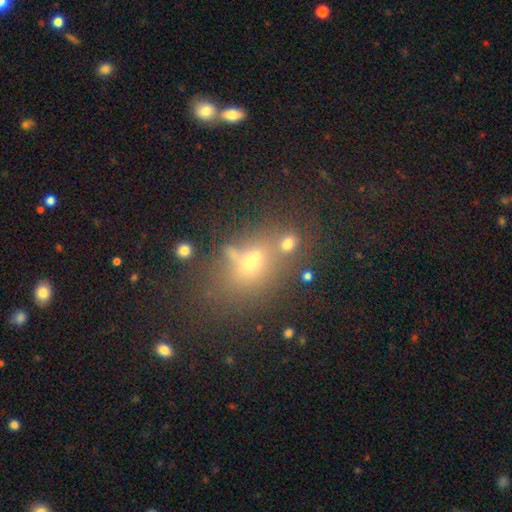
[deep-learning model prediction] smooth-or-featured: smooth: 57% | star or artifact: 23% | featured or disk: 20%
  how-rounded: in between: 55% | round: 41% | cigar-shaped: 4%
  merging: none: 39% (tied) | merger: 39% (tied) | minor disturbance: 12% | major disturbance: 10%